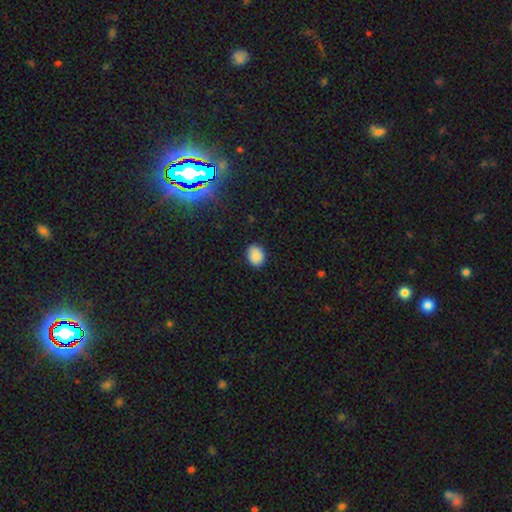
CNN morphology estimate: The model was most divided on "how rounded": in between: 53%, round: 46%, cigar-shaped: 1%. More confident: smooth or featured — smooth (88%); merging — none (86%).